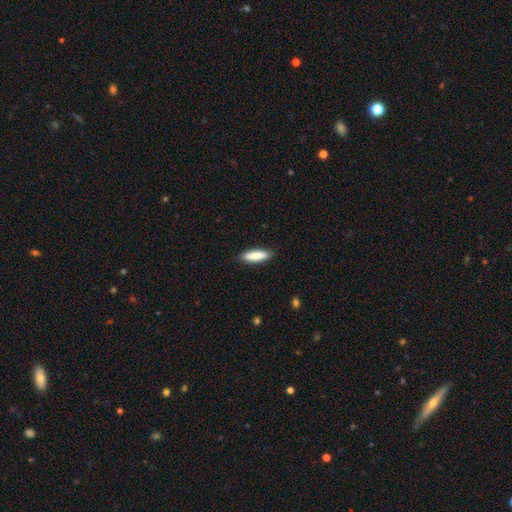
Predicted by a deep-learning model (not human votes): Smooth or featured? smooth (85%)
How rounded? cigar-shaped (63%)
Merging? none (88%)